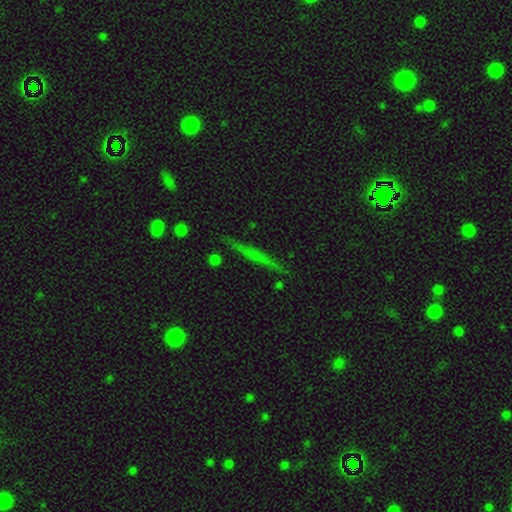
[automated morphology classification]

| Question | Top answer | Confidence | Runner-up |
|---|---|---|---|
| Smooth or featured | featured or disk | 53% | smooth (30%) |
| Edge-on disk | yes | 95% | no (5%) |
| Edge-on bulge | none | 65% | rounded (25%) |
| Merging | none | 88% | minor disturbance (8%) |